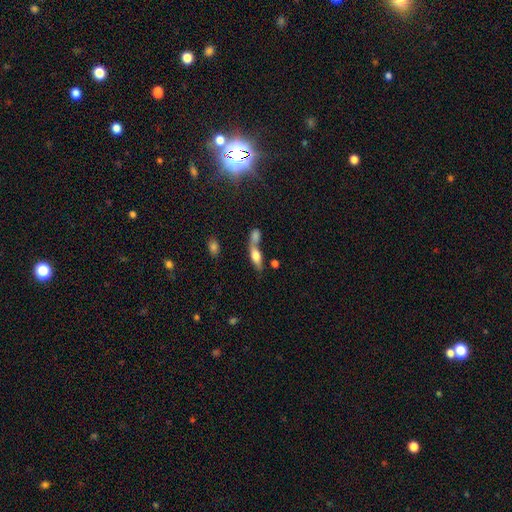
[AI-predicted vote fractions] smooth-or-featured: smooth: 62% | featured or disk: 29% | star or artifact: 9%
  how-rounded: in between: 59% | cigar-shaped: 36% | round: 5%
  merging: merger: 55% | none: 30% | minor disturbance: 9% | major disturbance: 6%